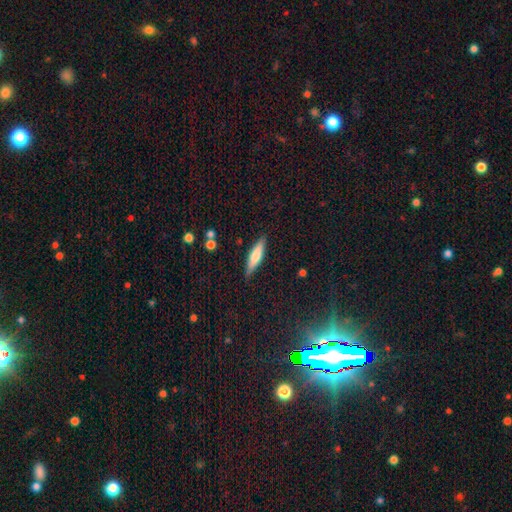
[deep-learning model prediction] Q: Smooth or featured?
A: smooth (60%); runner-up: featured or disk (33%)
Q: How rounded?
A: cigar-shaped (76%); runner-up: in between (22%)
Q: Merging?
A: none (86%); runner-up: minor disturbance (10%)